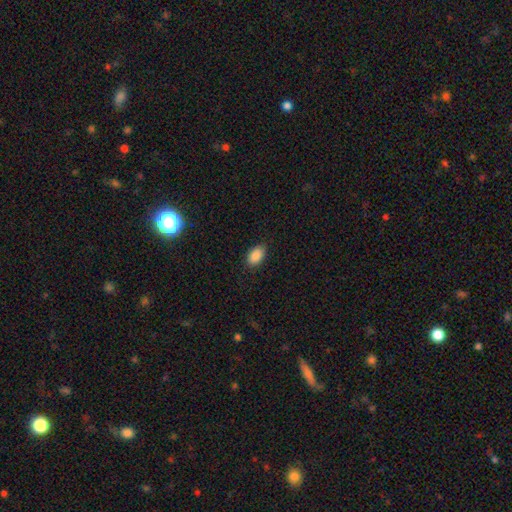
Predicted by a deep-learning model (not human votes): This appears to be a smooth galaxy with no disk features (88%) that is in between round and cigar-shaped (91%). Merging: none (86%).